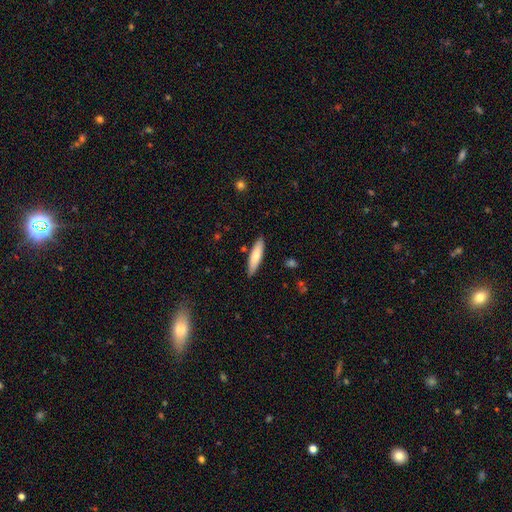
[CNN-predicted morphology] A smooth galaxy with no disk features (76%) that is cigar-shaped (74%). Merging: none (87%).